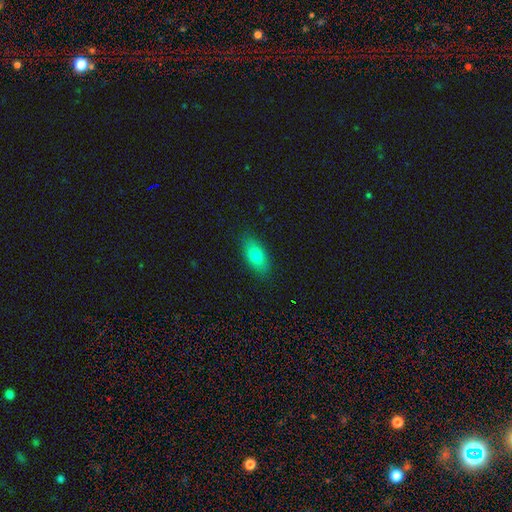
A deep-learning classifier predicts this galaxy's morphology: Overall: smooth (79%). How rounded: in between (87%). Merging: none (86%).